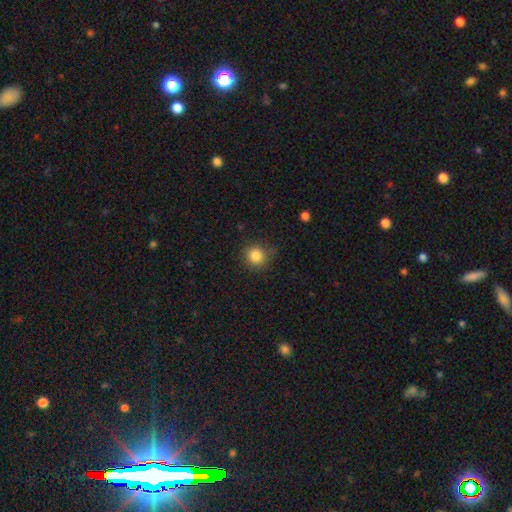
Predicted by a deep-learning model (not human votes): Overall: smooth (84%). How rounded: round (92%). Merging: none (84%).